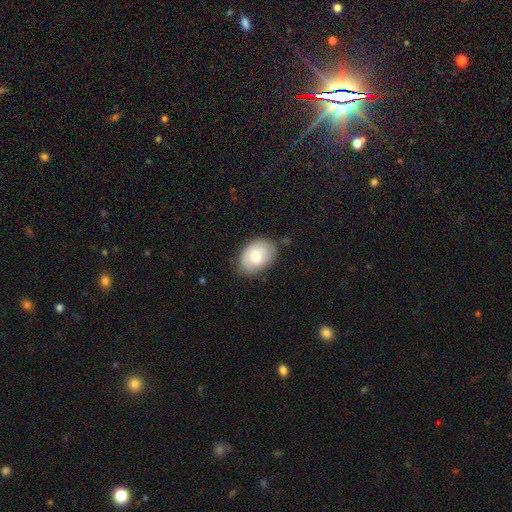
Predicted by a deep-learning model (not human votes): The model was most divided on "smooth or featured": smooth: 61%, featured or disk: 32%, star or artifact: 7%. More confident: how rounded — in between (82%); merging — none (74%).